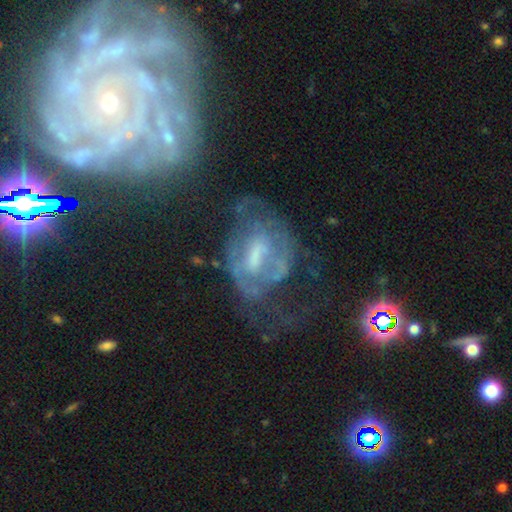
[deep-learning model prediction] Smooth or featured? featured or disk (70%)
Edge-on disk? no (96%)
Bar? weak (45%)
Spiral arms? yes (57%)
Bulge size? moderate (38%)
Merging? none (37%)